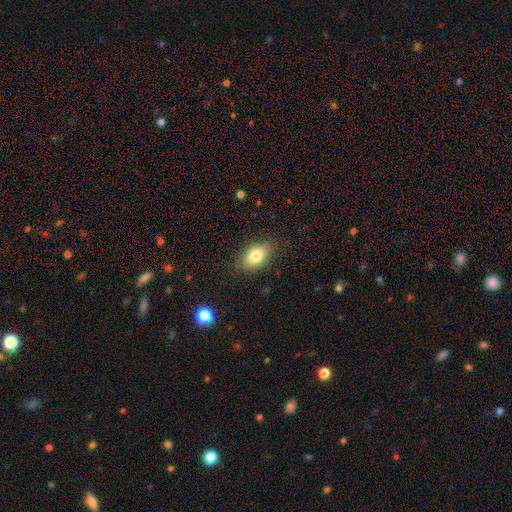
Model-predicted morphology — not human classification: smooth 80%, featured or disk 11%, star or artifact 9%. Down the decision tree: how rounded — in between (88%); merging — none (84%).